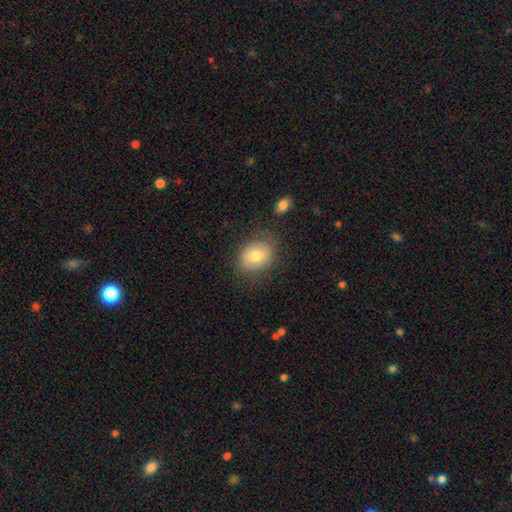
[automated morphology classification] The model was most divided on "how rounded": in between: 56%, round: 43%, cigar-shaped: 1%. More confident: merging — none (77%); smooth or featured — smooth (76%).